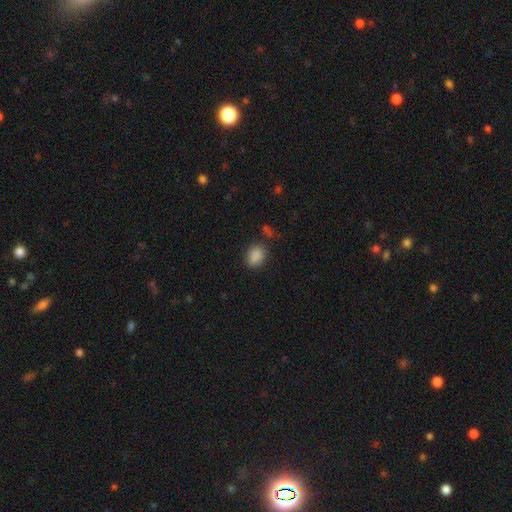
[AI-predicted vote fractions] Morphology: type=smooth (87%); roundness=in between (60%); merging=none (79%).